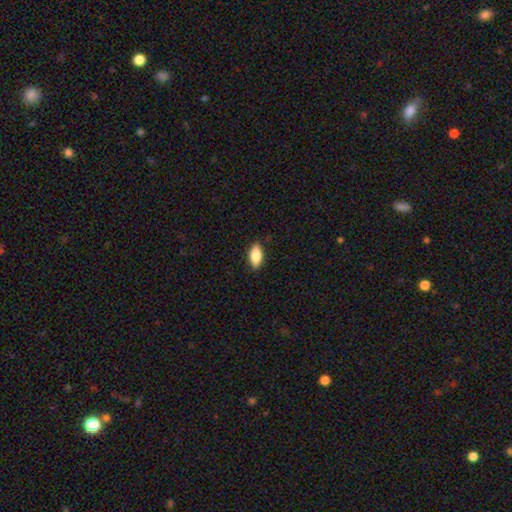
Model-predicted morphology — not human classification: Smooth or featured: smooth — 81% (featured or disk — 12%)
How rounded: in between — 87% (cigar-shaped — 10%)
Merging: none — 88% (minor disturbance — 9%)